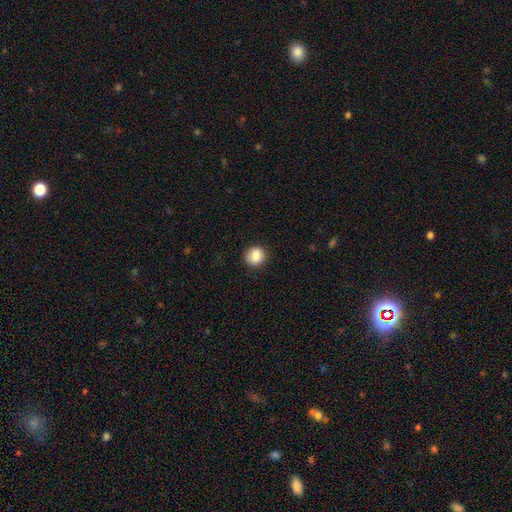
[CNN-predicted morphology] This is clearly a smooth galaxy (86%). How rounded: clearly round (84%). Merging: clearly none (87%).